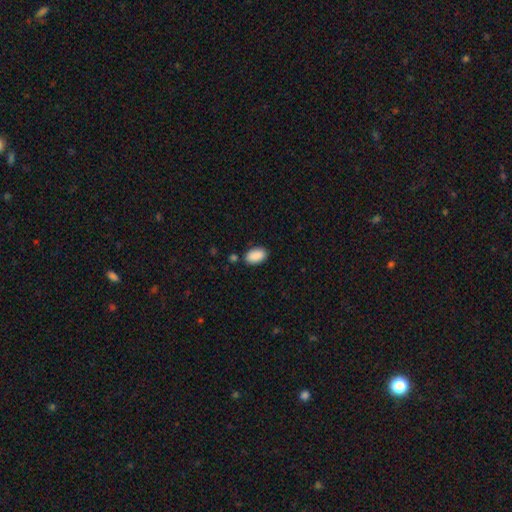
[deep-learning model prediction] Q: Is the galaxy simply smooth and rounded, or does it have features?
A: smooth — 90%.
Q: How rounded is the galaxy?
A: in between — 93%.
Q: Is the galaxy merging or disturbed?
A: none — 82%.